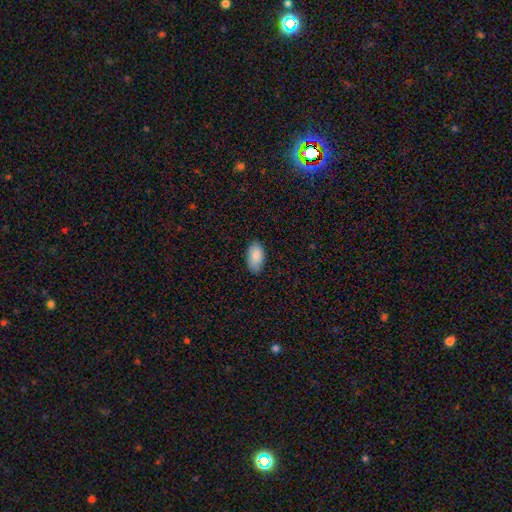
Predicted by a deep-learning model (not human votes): This is clearly a smooth galaxy (87%). How rounded: clearly in between (95%). Merging: clearly none (84%).